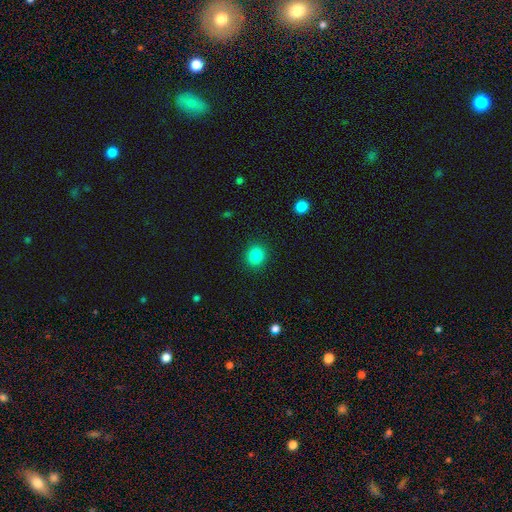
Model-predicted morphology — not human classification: This is clearly a smooth galaxy (85%). How rounded: clearly round (84%). Merging: clearly none (91%).